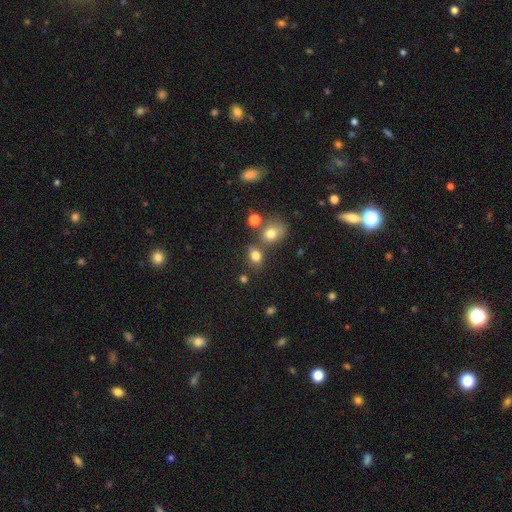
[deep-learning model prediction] Overall: smooth (77%). How rounded: in between (55%; round 44%). Merging: none (60%; merger 22%).